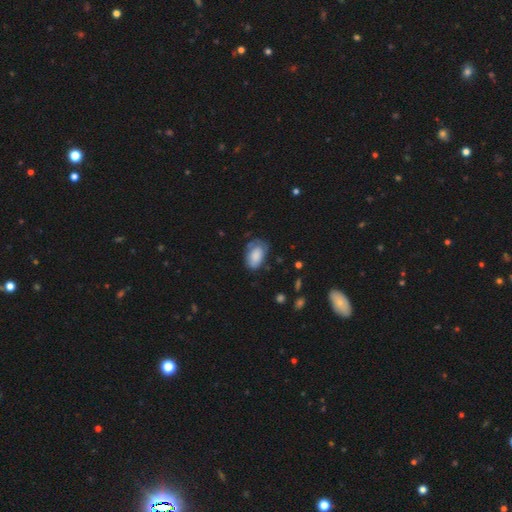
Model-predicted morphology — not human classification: Smooth or featured? smooth (73%)
How rounded? in between (90%)
Merging? none (54%)